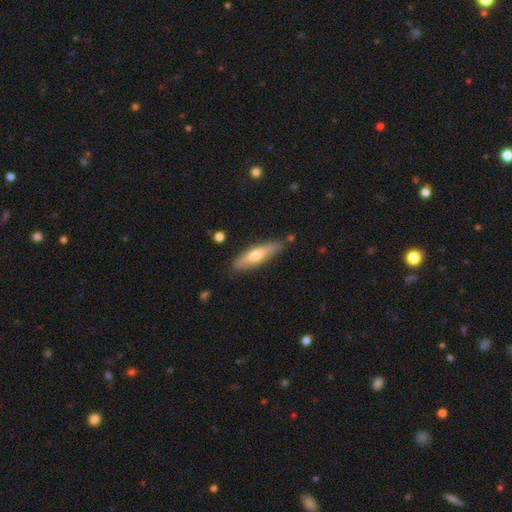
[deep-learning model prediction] A smooth galaxy with no disk features (53%) that is cigar-shaped (72%).

Vote fractions:
- Smooth or featured? smooth: 53% / featured or disk: 41% / star or artifact: 6%
- How rounded? cigar-shaped: 72% / in between: 27% / round: 2%
- Merging? none: 84% / minor disturbance: 11% / merger: 2% / major disturbance: 2%